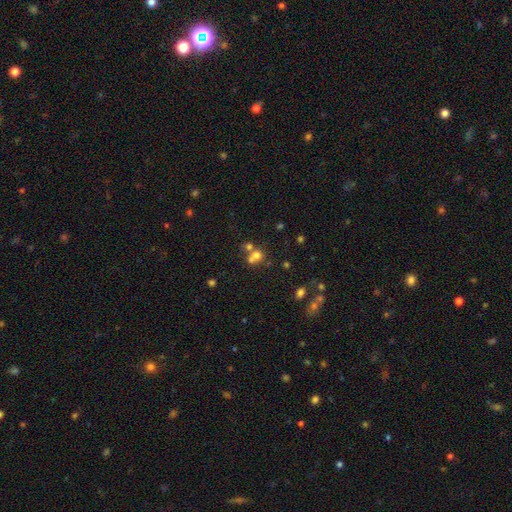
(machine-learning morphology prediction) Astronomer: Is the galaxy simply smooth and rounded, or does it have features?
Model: smooth — 64%.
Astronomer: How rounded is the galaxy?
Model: round — 76%.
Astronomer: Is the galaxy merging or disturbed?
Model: merger — 53% (runner-up: none, 36%).